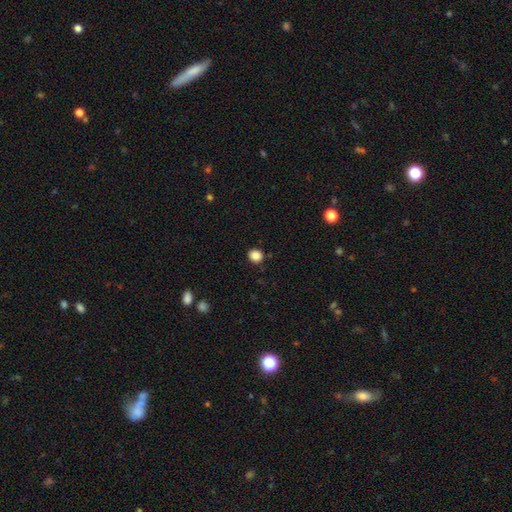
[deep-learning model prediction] Q: Smooth or featured?
A: smooth (86%); runner-up: star or artifact (10%)
Q: How rounded?
A: round (85%); runner-up: in between (14%)
Q: Merging?
A: none (89%); runner-up: minor disturbance (7%)